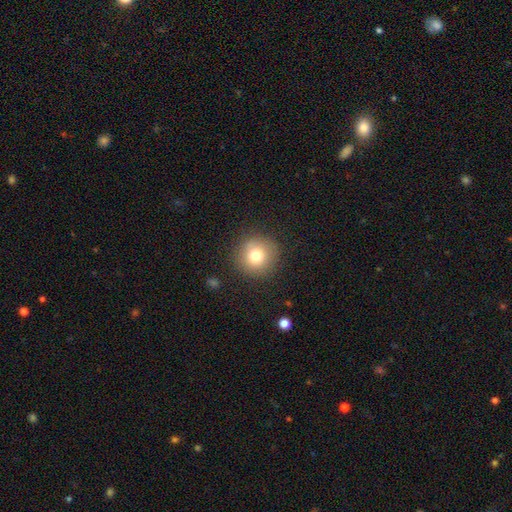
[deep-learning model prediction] Smooth or featured?
  - smooth: 77% *
  - featured or disk: 12%
  - star or artifact: 11%
How rounded?
  - round: 94% *
  - in between: 5%
  - cigar-shaped: 1%
Merging?
  - none: 88% *
  - minor disturbance: 8%
  - major disturbance: 3%
  - merger: 1%